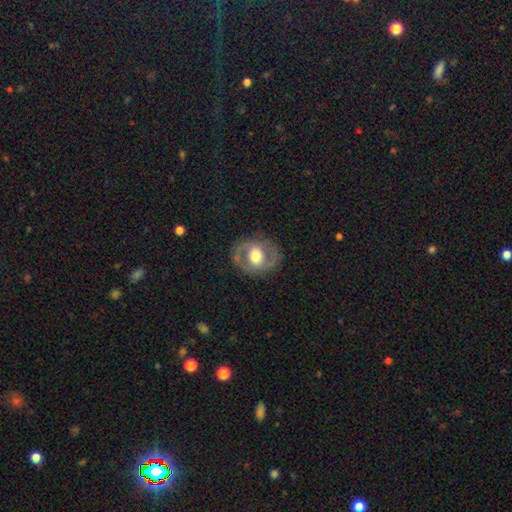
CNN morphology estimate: Smooth or featured: featured or disk — 65% (smooth — 29%)
Edge-on disk: no — 96% (yes — 4%)
Bar: no — 58% (weak — 29%)
Spiral arms: yes — 56% (no — 44%)
Bulge size: moderate — 57% (large — 35%)
Merging: none — 78% (minor disturbance — 13%)